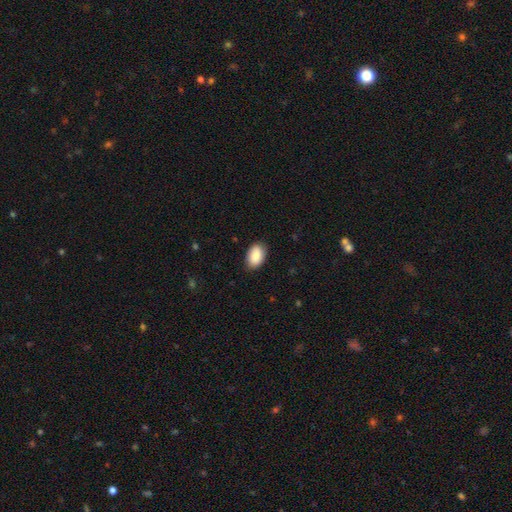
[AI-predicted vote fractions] A smooth galaxy with no disk features (89%) that is in between round and cigar-shaped (92%). Merging: none (86%).